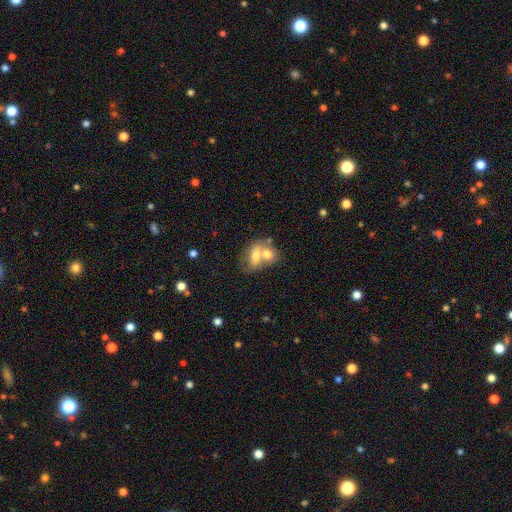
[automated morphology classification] Smooth or featured? Predicted: smooth (p=0.66). How rounded? Predicted: in between (p=0.72). Merging? Predicted: merger (p=0.66).